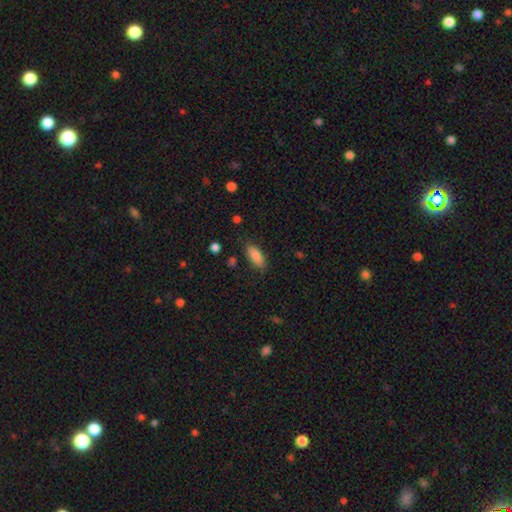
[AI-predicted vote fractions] Overall: smooth (86%). How rounded: in between (77%). Merging: none (79%).